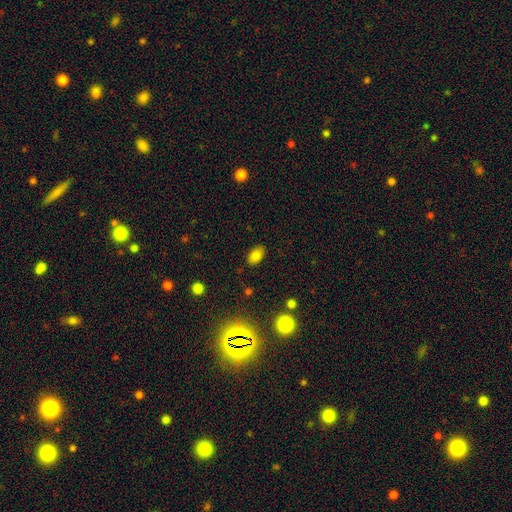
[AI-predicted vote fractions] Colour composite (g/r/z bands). It shows a smooth galaxy with no disk features (80%) that is in between round and cigar-shaped (89%). Merging: none (84%).